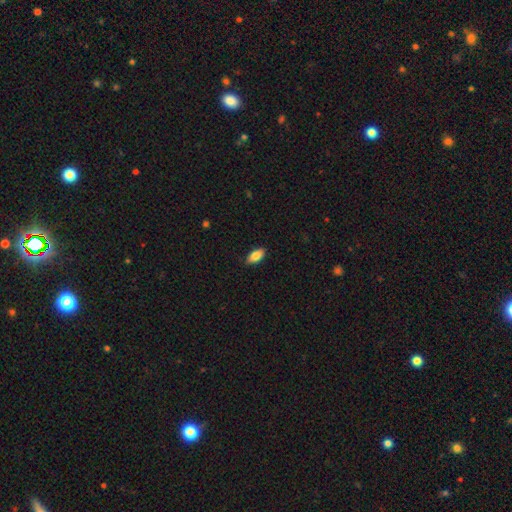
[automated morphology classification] The model was most divided on "smooth or featured": smooth: 83%, featured or disk: 10%, star or artifact: 7%. More confident: how rounded — in between (90%); merging — none (87%).